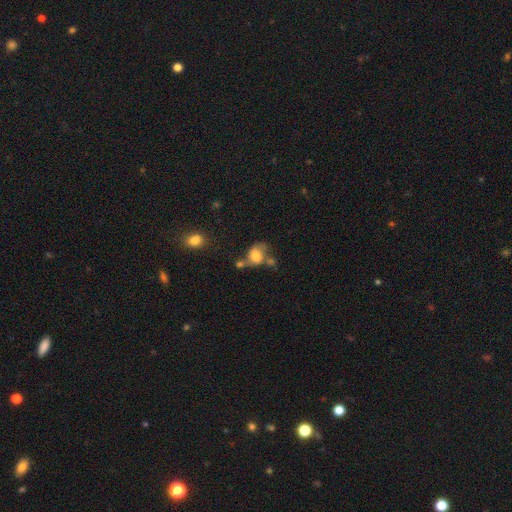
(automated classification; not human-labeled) Morphology: type=smooth (61%); roundness=in between (65%); merging=none (32%).